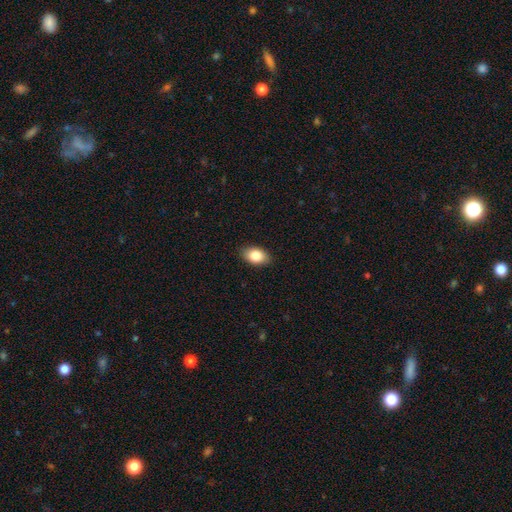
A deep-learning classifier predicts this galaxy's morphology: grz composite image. It shows a smooth galaxy with no disk features (84%) that is in between round and cigar-shaped (89%). Merging: none (88%).